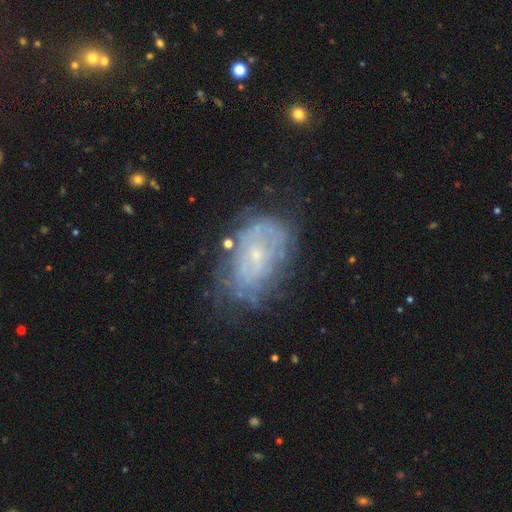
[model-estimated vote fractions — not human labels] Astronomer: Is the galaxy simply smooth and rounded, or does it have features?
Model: featured or disk — 66%.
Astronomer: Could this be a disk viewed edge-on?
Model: no — 96%.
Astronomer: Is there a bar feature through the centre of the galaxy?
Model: no — 73%.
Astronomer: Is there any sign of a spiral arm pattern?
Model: yes — 59% (runner-up: no, 41%).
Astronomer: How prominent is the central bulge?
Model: small — 77%.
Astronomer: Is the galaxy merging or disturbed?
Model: none — 60%.